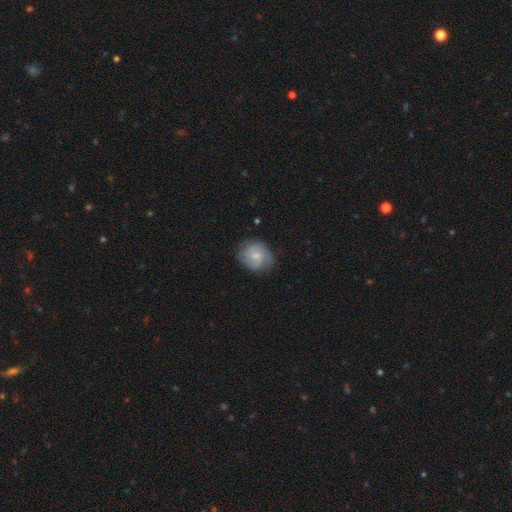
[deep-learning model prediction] Morphology: type=featured or disk (60%); edge-on=no (98%); bar=no (57%); spiral arms=yes (91%); winding=medium (45%); arm count=2 (59%); bulge=small (57%); merging=none (79%).